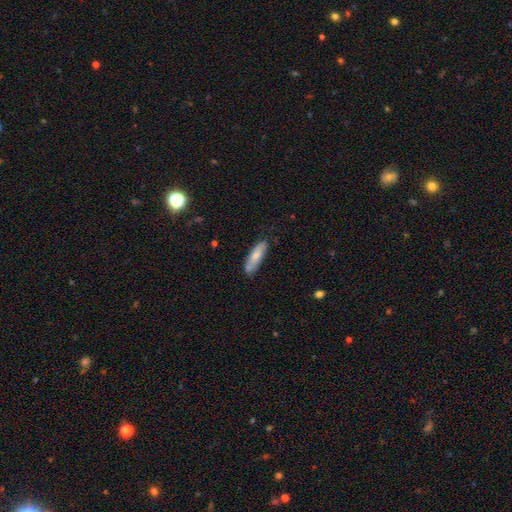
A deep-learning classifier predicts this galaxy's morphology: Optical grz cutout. It shows a smooth galaxy with no disk features (75%) that is cigar-shaped (51%). Merging: none (71%).